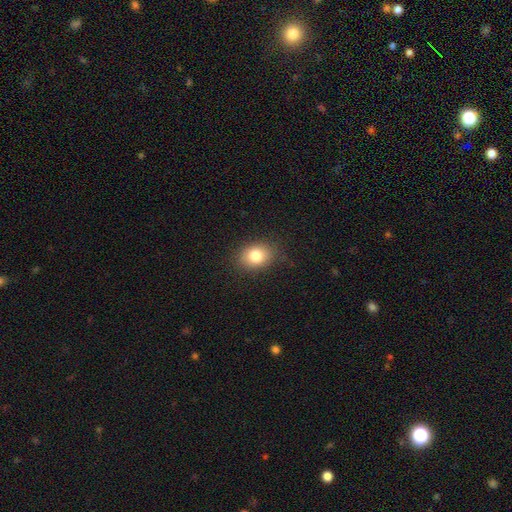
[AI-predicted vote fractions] Smooth or featured?
  - smooth: 80% *
  - star or artifact: 10%
  - featured or disk: 9%
How rounded?
  - in between: 58% *
  - round: 40%
  - cigar-shaped: 1%
Merging?
  - none: 84% *
  - minor disturbance: 11%
  - major disturbance: 3%
  - merger: 1%